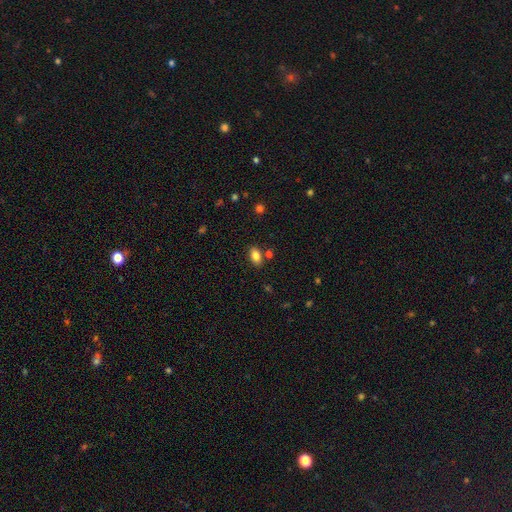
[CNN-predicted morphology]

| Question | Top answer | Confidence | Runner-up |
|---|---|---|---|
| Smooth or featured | smooth | 83% | star or artifact (10%) |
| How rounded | in between | 89% | round (9%) |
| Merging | none | 80% | minor disturbance (11%) |